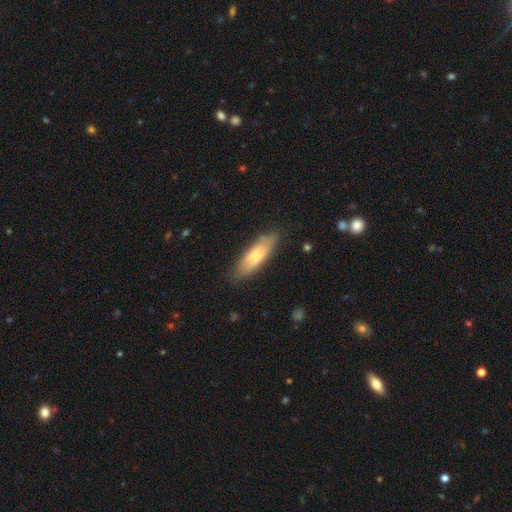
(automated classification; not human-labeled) Smooth or featured? Predicted: smooth (p=0.66). How rounded? Predicted: cigar-shaped (p=0.50). Merging? Predicted: none (p=0.79).